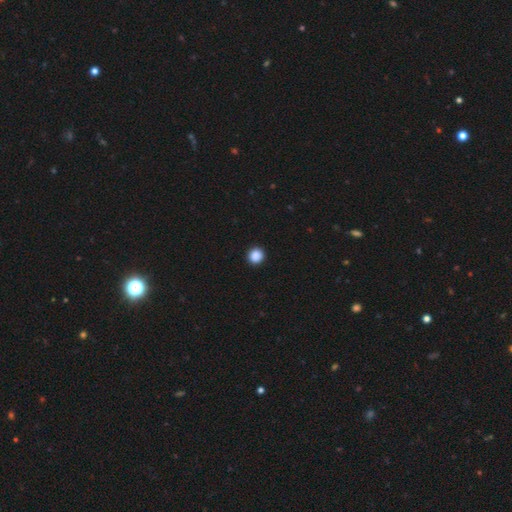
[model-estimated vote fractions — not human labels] Smooth or featured? Predicted: smooth (p=0.88). How rounded? Predicted: round (p=0.93). Merging? Predicted: none (p=0.94).